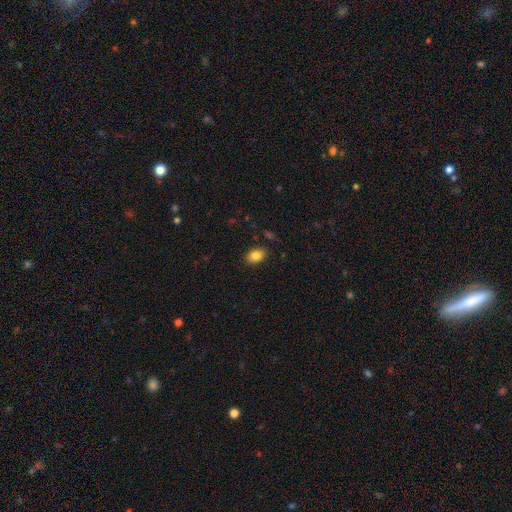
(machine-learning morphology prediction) smooth 85%, star or artifact 9%, featured or disk 6%. Down the decision tree: how rounded — in between (77%); merging — none (86%).